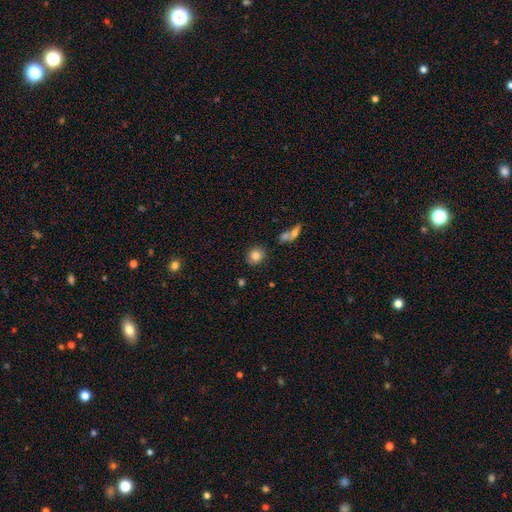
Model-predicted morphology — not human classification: Smooth or featured? smooth (83%)
How rounded? round (77%)
Merging? none (82%)